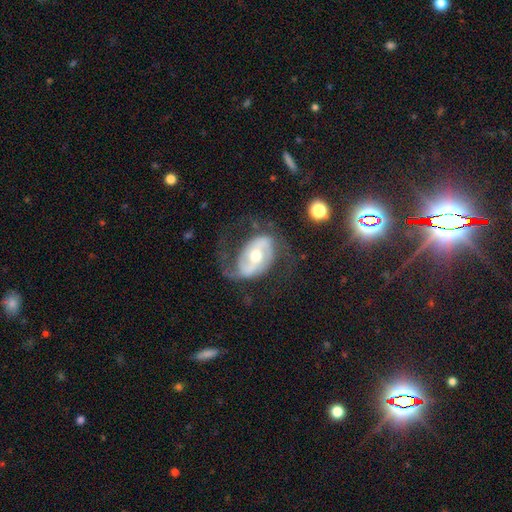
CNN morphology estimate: This appears to be a featured or disk galaxy (84%) with a strong bar (38%), 2 (87%) medium (43%) spiral arms (92%) and a moderate central bulge (63%). Merging: none (59%).